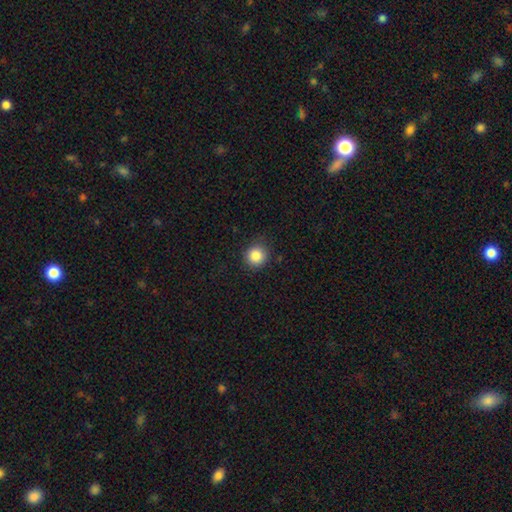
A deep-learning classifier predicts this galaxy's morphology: This is clearly a smooth galaxy (85%). How rounded: clearly round (91%). Merging: clearly none (88%).